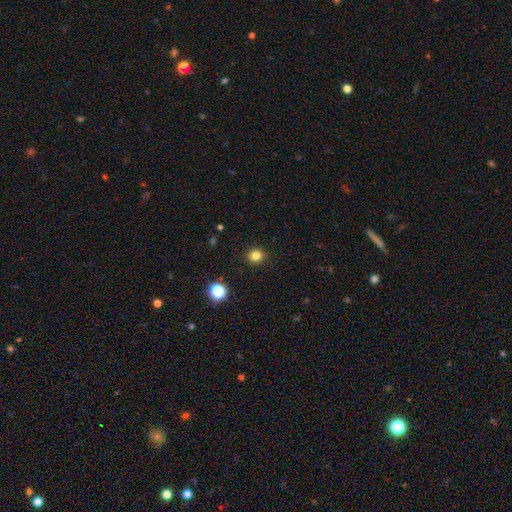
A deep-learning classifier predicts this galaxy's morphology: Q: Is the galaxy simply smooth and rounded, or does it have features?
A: smooth — 81%.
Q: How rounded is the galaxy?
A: round — 86%.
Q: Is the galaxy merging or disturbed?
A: none — 92%.